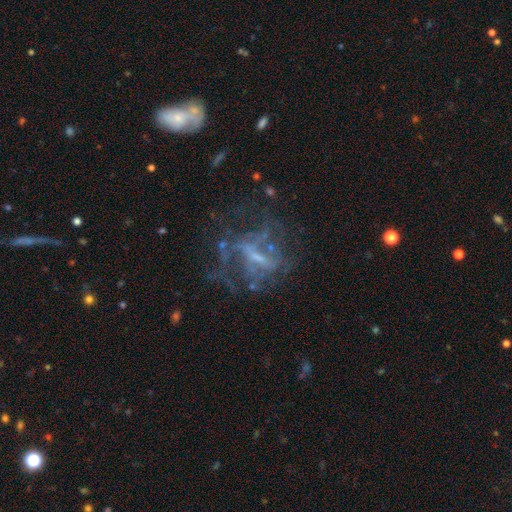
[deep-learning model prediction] Smooth or featured?
  - featured or disk: 65% *
  - star or artifact: 20%
  - smooth: 15%
Edge-on disk?
  - no: 92% *
  - yes: 8%
Bar?
  - no: 40% *
  - weak: 36%
  - strong: 24%
Spiral arms?
  - no: 63% *
  - yes: 37%
Bulge size?
  - small: 44% *
  - none: 33%
  - moderate: 19%
  - large: 2%
  - dominant: 1%
Merging?
  - none: 47% *
  - major disturbance: 31%
  - minor disturbance: 16%
  - merger: 5%